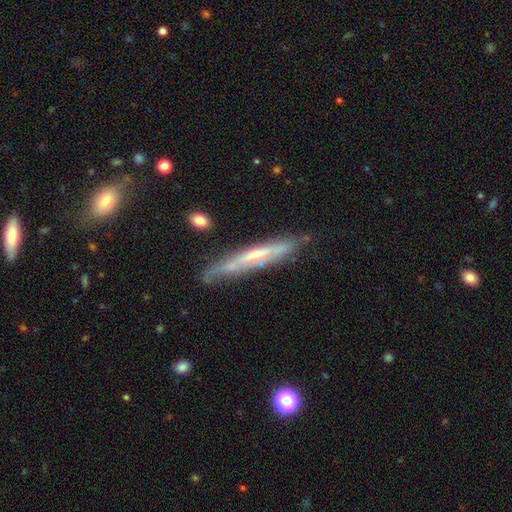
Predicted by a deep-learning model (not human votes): Overall: featured or disk (63%; smooth 31%). Edge-on disk: yes (82%). Edge-on bulge: none (65%). Merging: none (71%).